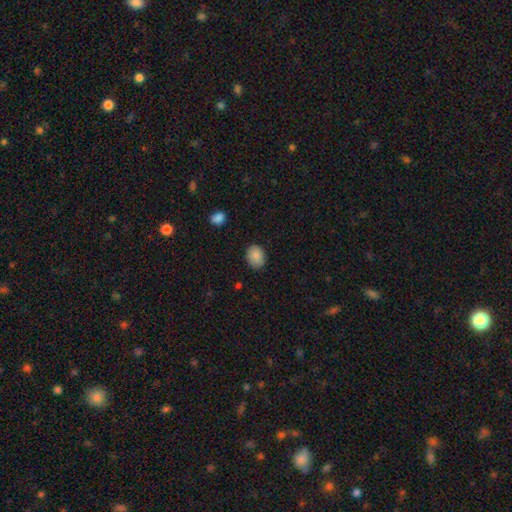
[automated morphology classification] Smooth or featured: smooth — 88% (star or artifact — 8%)
How rounded: in between — 53% (round — 46%)
Merging: none — 85% (minor disturbance — 12%)